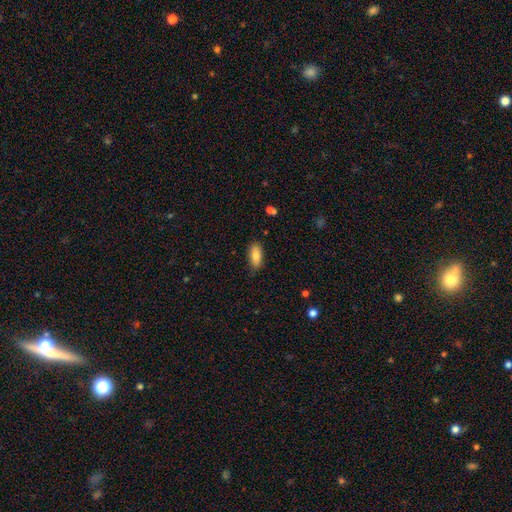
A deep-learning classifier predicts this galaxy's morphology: This is clearly a smooth galaxy (83%). How rounded: clearly in between (87%). Merging: likely none (79%).